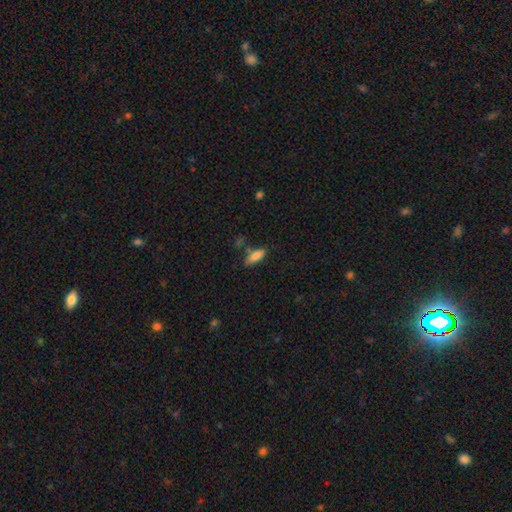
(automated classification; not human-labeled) Smooth or featured?
  - smooth: 83% *
  - featured or disk: 9%
  - star or artifact: 8%
How rounded?
  - in between: 69% *
  - cigar-shaped: 28%
  - round: 2%
Merging?
  - none: 64% *
  - minor disturbance: 20%
  - merger: 11%
  - major disturbance: 5%